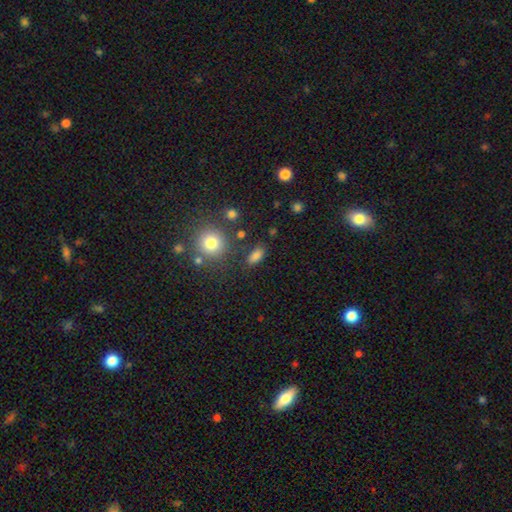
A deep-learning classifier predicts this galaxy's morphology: smooth-or-featured: smooth: 84% | star or artifact: 11% | featured or disk: 5%
  how-rounded: in between: 82% | round: 10% | cigar-shaped: 8%
  merging: none: 79% | minor disturbance: 12% | major disturbance: 4% | merger: 4%